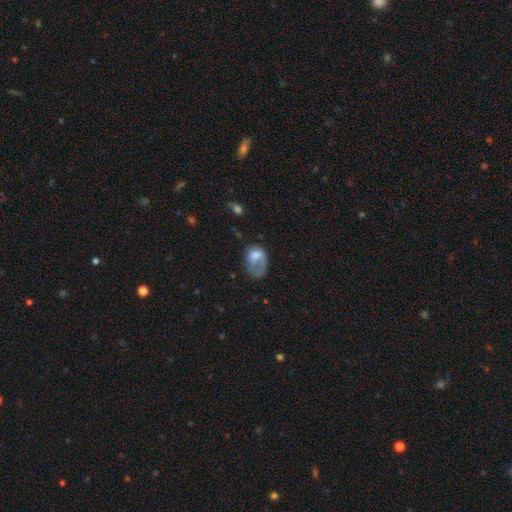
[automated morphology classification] A smooth galaxy with no disk features (61%) that is in between round and cigar-shaped (78%).

Vote fractions:
- Smooth or featured? smooth: 61% / featured or disk: 30% / star or artifact: 9%
- How rounded? in between: 78% / round: 21% / cigar-shaped: 1%
- Merging? major disturbance: 49% / minor disturbance: 25% / none: 22% / merger: 5%